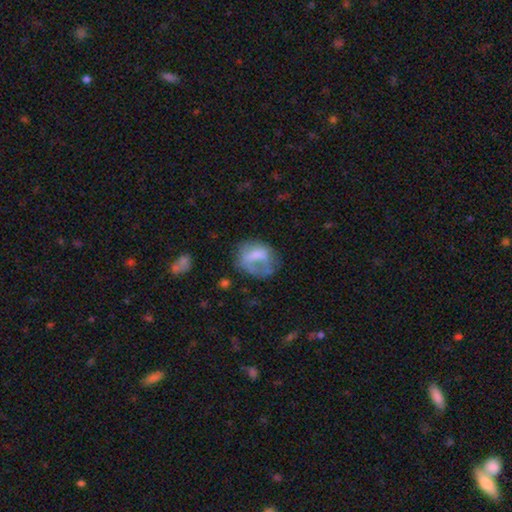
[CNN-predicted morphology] Smooth or featured?
  - smooth: 58% *
  - featured or disk: 33%
  - star or artifact: 10%
How rounded?
  - round: 50% *
  - in between: 48%
  - cigar-shaped: 1%
Merging?
  - none: 36% *
  - major disturbance: 35%
  - minor disturbance: 25%
  - merger: 4%